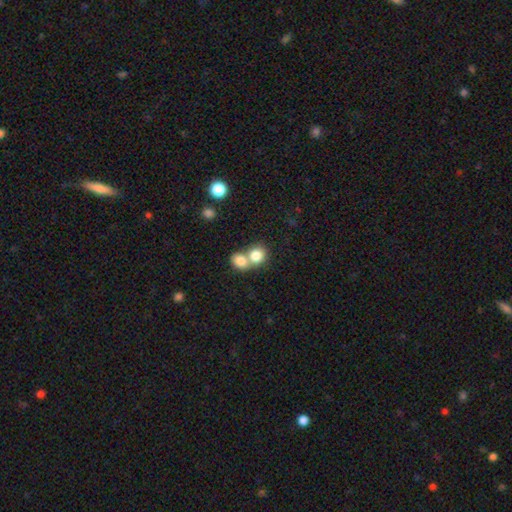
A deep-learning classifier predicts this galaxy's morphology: smooth 81%, featured or disk 10%, star or artifact 9%. Down the decision tree: how rounded — round (74%); merging — merger (61%).